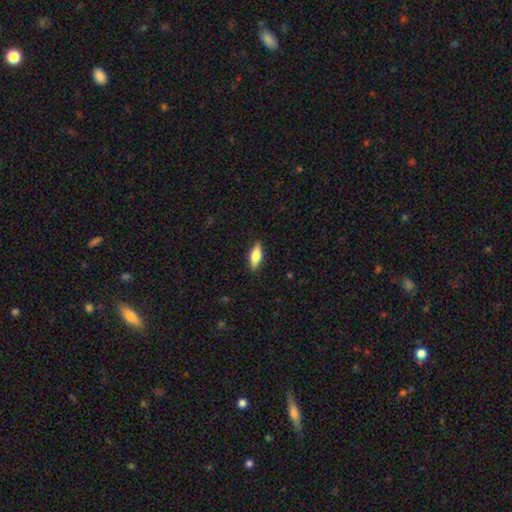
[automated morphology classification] This appears to be a smooth galaxy with no disk features (76%) that is in between round and cigar-shaped (69%). Merging: none (88%).